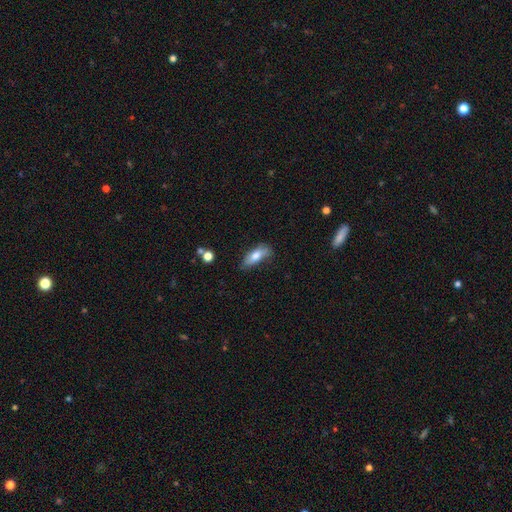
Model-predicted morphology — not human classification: smooth-or-featured: smooth: 72% | featured or disk: 21% | star or artifact: 7%
  how-rounded: in between: 70% | cigar-shaped: 28% | round: 3%
  merging: none: 63% | minor disturbance: 27% | major disturbance: 7% | merger: 3%